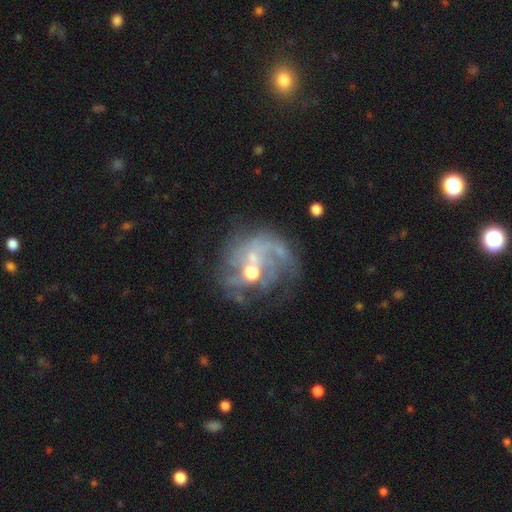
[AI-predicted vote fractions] featured or disk 76%, smooth 12%, star or artifact 12%. Down the decision tree: edge-on disk — no (98%); bar — no (68%); spiral arms — yes (79%); spiral arm count — can't tell (28%); spiral winding — medium (39%); bulge size — moderate (56%); merging — none (43%).